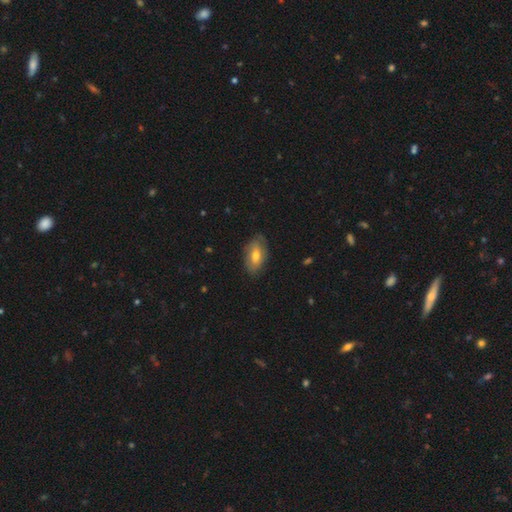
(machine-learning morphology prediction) This appears to be a smooth galaxy with no disk features (60%) that is in between round and cigar-shaped (91%). Merging: none (77%).